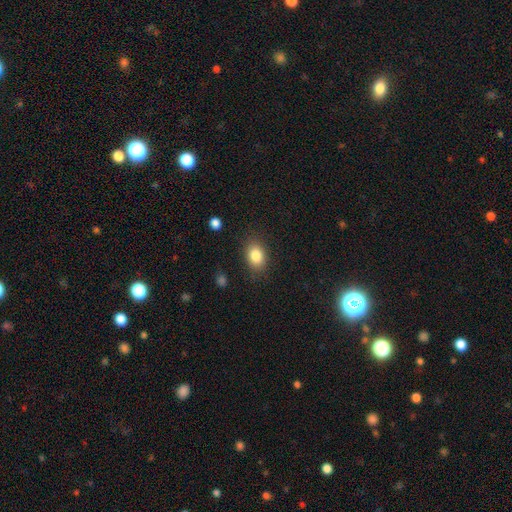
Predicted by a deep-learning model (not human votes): Morphology: type=smooth (84%); roundness=in between (75%); merging=none (83%).